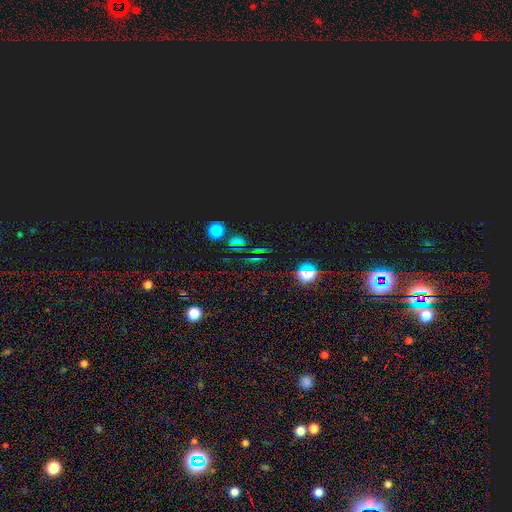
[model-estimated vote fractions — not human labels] Smooth or featured: star or artifact — 72% (smooth — 17%)